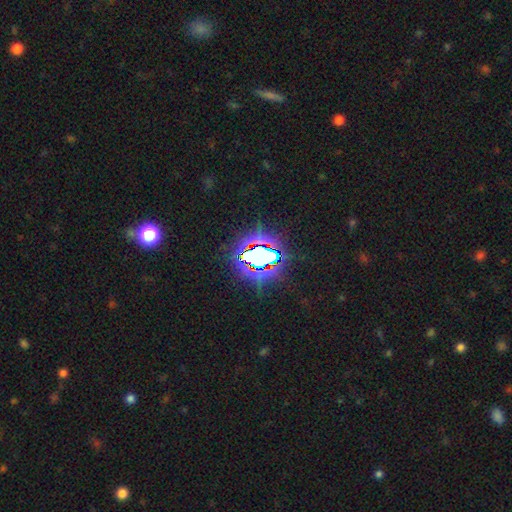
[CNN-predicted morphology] Smooth or featured?
  - star or artifact: 75% *
  - smooth: 15%
  - featured or disk: 10%